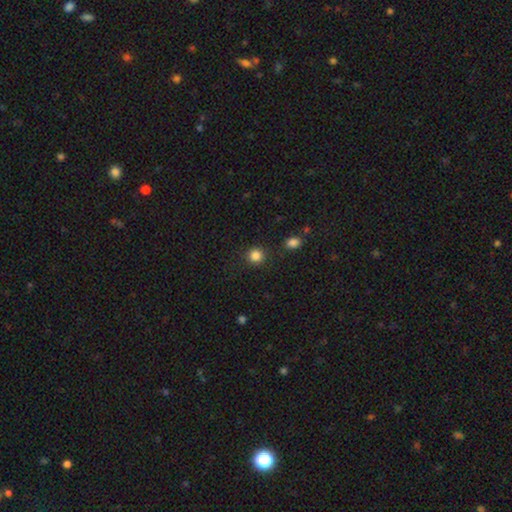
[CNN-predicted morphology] This is clearly a smooth galaxy (85%). How rounded: clearly round (90%). Merging: clearly none (88%).